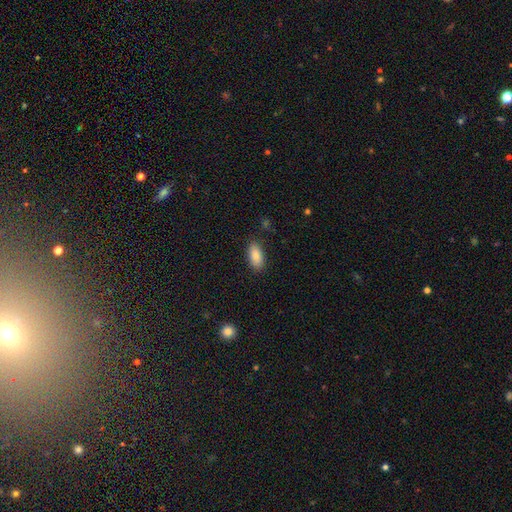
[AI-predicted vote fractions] smooth-or-featured: smooth: 88% | star or artifact: 7% | featured or disk: 5%
  how-rounded: in between: 90% | cigar-shaped: 8% | round: 2%
  merging: none: 86% | minor disturbance: 10% | major disturbance: 3% | merger: 1%